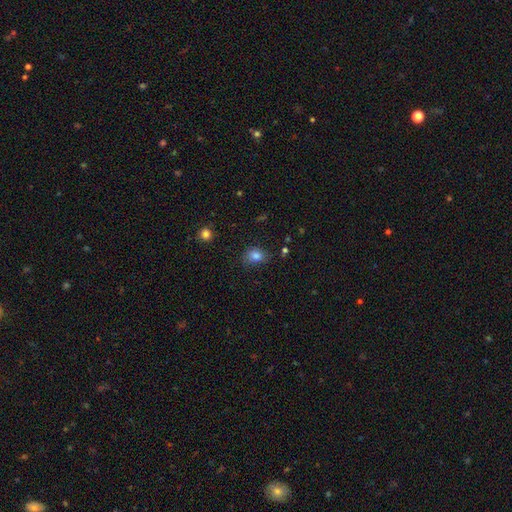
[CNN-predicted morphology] Q: Smooth or featured?
A: smooth (82%); runner-up: star or artifact (12%)
Q: How rounded?
A: in between (54%); runner-up: round (45%)
Q: Merging?
A: none (69%); runner-up: minor disturbance (23%)